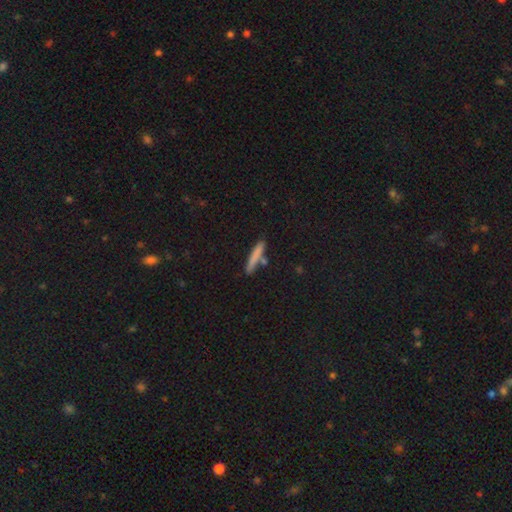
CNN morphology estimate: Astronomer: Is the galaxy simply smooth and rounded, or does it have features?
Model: smooth — 76%.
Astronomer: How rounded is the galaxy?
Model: cigar-shaped — 92%.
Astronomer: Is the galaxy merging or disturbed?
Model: none — 74%.